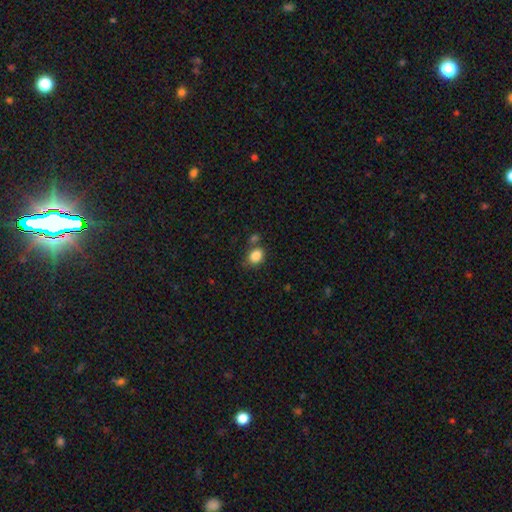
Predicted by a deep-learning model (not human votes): A smooth galaxy with no disk features (86%) that is in between round and cigar-shaped (63%). Merging: none (63%).